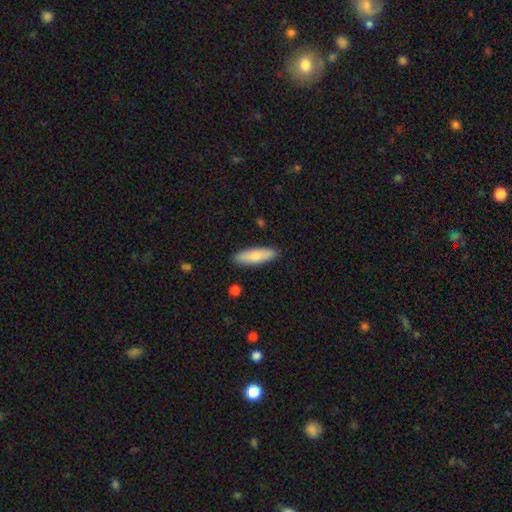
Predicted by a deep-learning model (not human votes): Smooth or featured: smooth — 77% (featured or disk — 18%)
How rounded: in between — 52% (cigar-shaped — 46%)
Merging: none — 88% (minor disturbance — 9%)